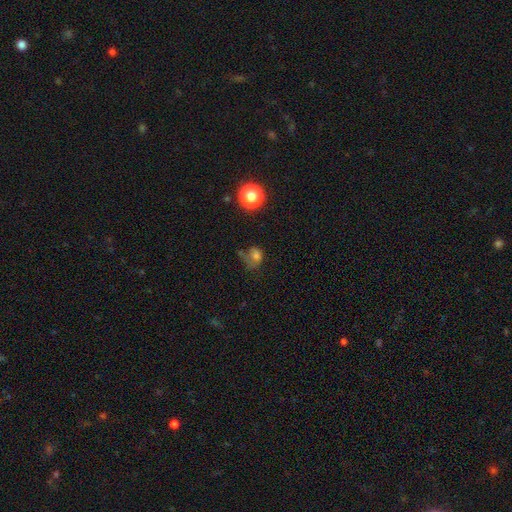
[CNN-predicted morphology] Smooth or featured: smooth — 65% (star or artifact — 19%)
How rounded: round — 56% (in between — 42%)
Merging: none — 35% (major disturbance — 33%)